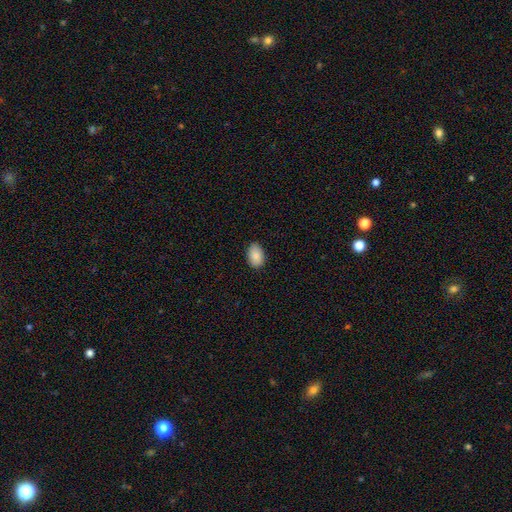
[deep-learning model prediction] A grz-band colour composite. It shows a smooth galaxy with no disk features (88%) that is in between round and cigar-shaped (89%). Merging: none (86%).